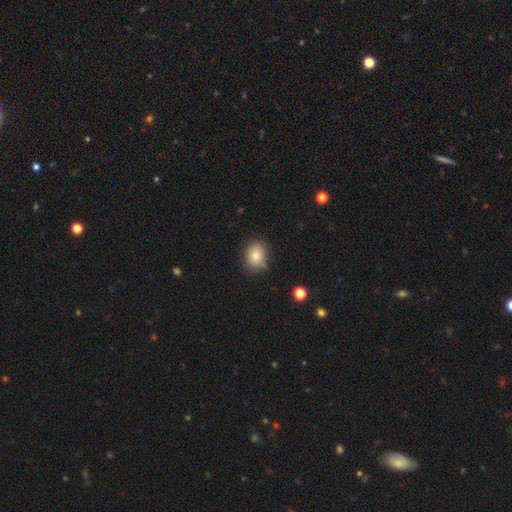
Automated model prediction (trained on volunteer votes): Smooth or featured?
  - smooth: 84% *
  - star or artifact: 9%
  - featured or disk: 7%
How rounded?
  - in between: 52% *
  - round: 47%
  - cigar-shaped: 1%
Merging?
  - none: 81% *
  - minor disturbance: 14%
  - major disturbance: 3%
  - merger: 2%